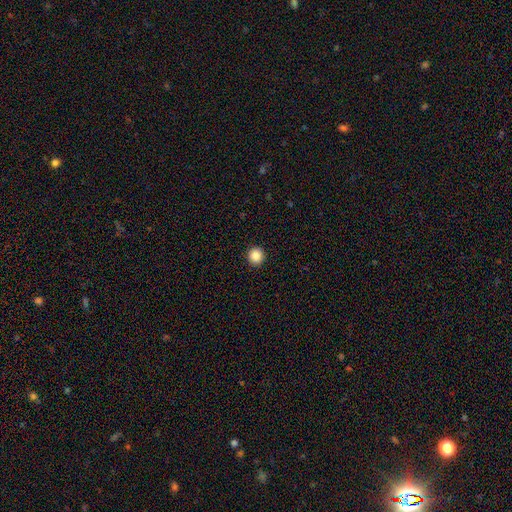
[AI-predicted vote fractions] Q: Smooth or featured?
A: smooth (87%); runner-up: star or artifact (10%)
Q: How rounded?
A: round (95%); runner-up: in between (5%)
Q: Merging?
A: none (93%); runner-up: minor disturbance (4%)